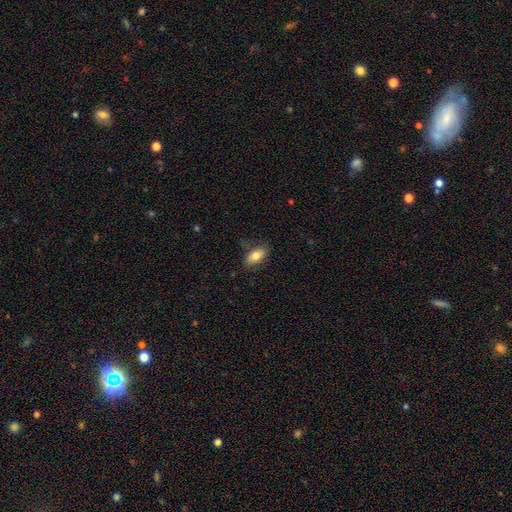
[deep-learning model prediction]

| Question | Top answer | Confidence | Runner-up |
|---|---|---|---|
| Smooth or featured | smooth | 78% | featured or disk (15%) |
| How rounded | in between | 90% | cigar-shaped (5%) |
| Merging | none | 74% | minor disturbance (19%) |